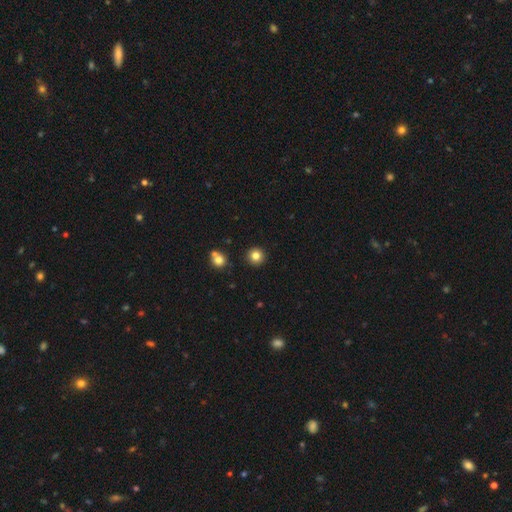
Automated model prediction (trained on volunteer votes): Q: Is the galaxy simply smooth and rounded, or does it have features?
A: smooth — 83%.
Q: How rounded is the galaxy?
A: round — 95%.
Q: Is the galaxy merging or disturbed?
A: none — 91%.